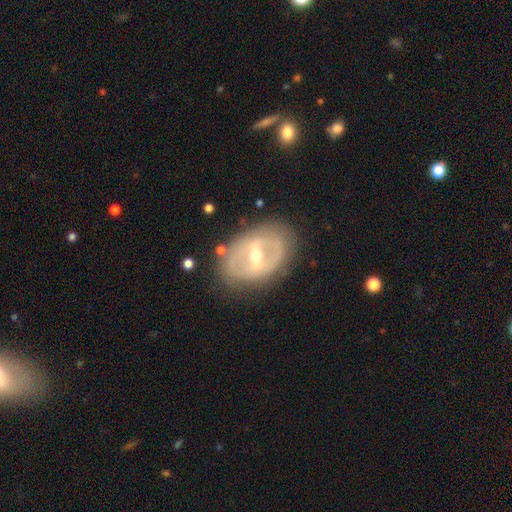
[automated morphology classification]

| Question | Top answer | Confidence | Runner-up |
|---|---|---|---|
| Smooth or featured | featured or disk | 73% | smooth (20%) |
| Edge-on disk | no | 92% | yes (8%) |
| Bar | strong | 54% | weak (34%) |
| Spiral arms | no | 66% | yes (34%) |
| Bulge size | moderate | 61% | small (34%) |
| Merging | none | 77% | minor disturbance (15%) |